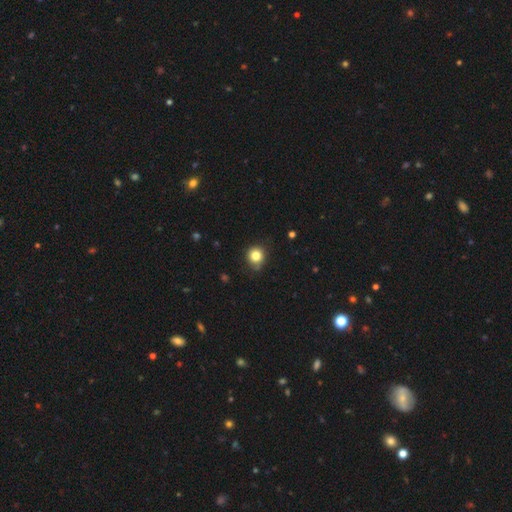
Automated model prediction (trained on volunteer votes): Smooth or featured? Predicted: smooth (p=0.82). How rounded? Predicted: round (p=0.87). Merging? Predicted: none (p=0.78).